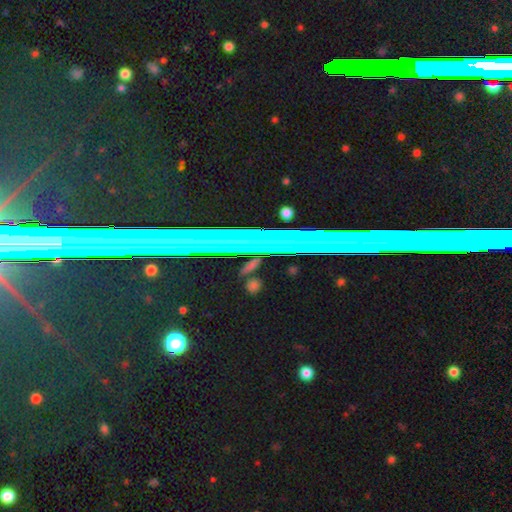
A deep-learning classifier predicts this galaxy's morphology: A star or artifact, not a galaxy (74%).

Vote fractions:
- Smooth or featured? star or artifact: 74% / featured or disk: 16% / smooth: 10%